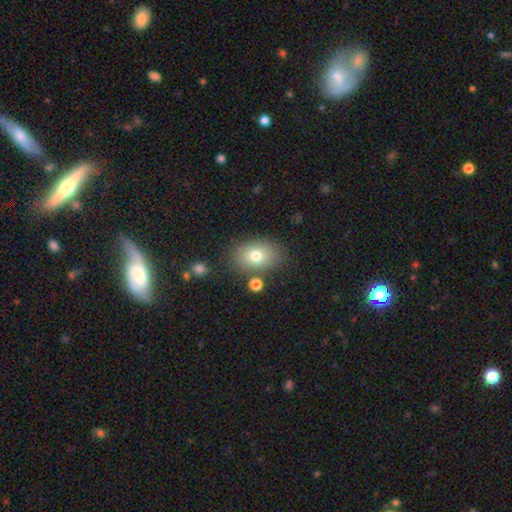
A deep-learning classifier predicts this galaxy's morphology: smooth_or_featured: smooth (p=0.75) [alt: featured or disk p=0.14]
how_rounded: in between (p=0.76) [alt: round p=0.23]
merging: none (p=0.79) [alt: minor disturbance p=0.12]